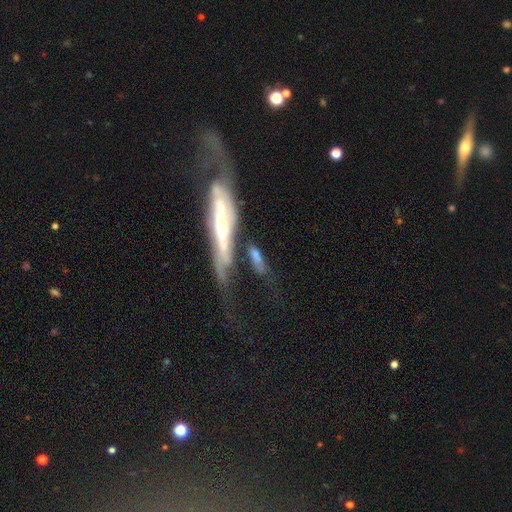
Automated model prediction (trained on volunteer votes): Smooth or featured? Predicted: featured or disk (p=0.62). Edge-on disk? Predicted: yes (p=0.56). Merging? Predicted: none (p=0.33).